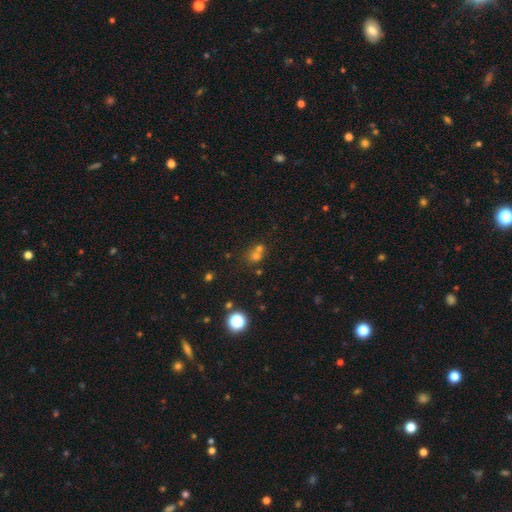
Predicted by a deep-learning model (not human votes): Q: Smooth or featured?
A: smooth (59%); runner-up: star or artifact (26%)
Q: How rounded?
A: round (76%); runner-up: in between (22%)
Q: Merging?
A: merger (53%); runner-up: none (37%)